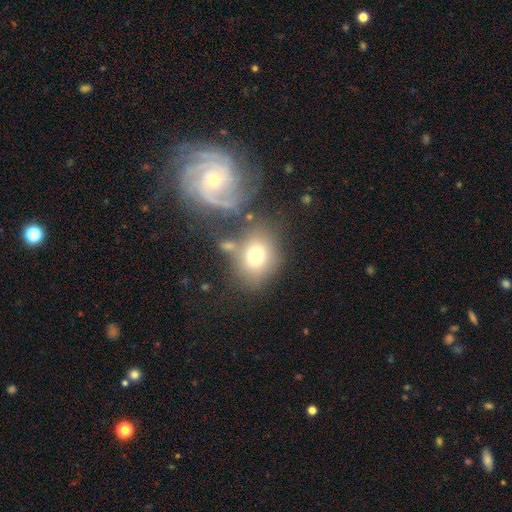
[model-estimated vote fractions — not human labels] Overall: smooth (70%). How rounded: round (55%; in between 44%). Merging: none (58%).